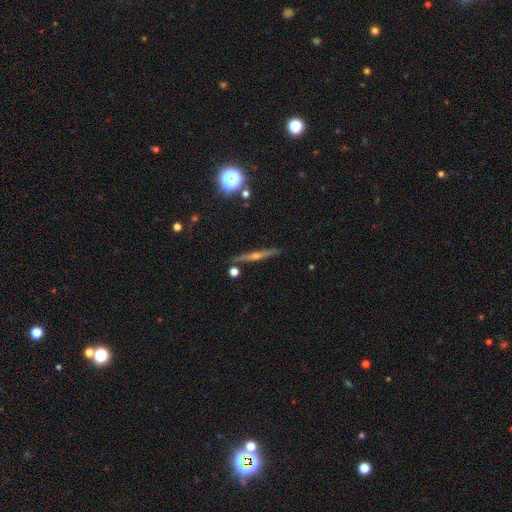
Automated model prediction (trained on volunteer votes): Morphology: type=featured or disk (73%); edge-on=yes (97%); edge-on bulge=rounded (88%); merging=none (88%).